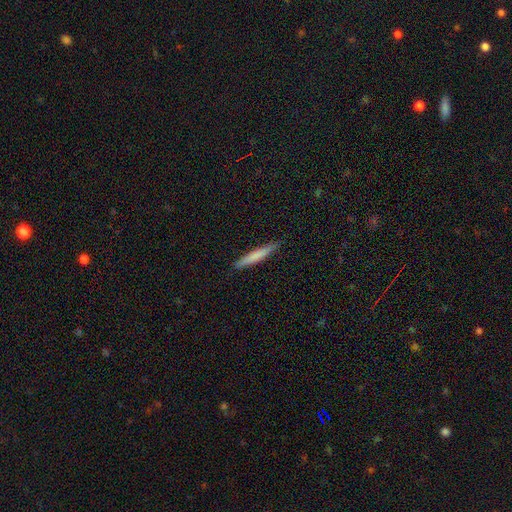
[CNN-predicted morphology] Overall: smooth (71%). How rounded: cigar-shaped (95%). Merging: none (89%).